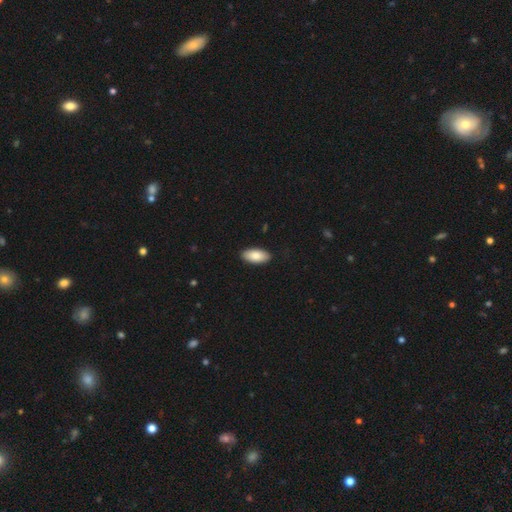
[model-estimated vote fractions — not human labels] The model was most divided on "smooth or featured": smooth: 84%, featured or disk: 10%, star or artifact: 6%. More confident: how rounded — in between (93%); merging — none (89%).